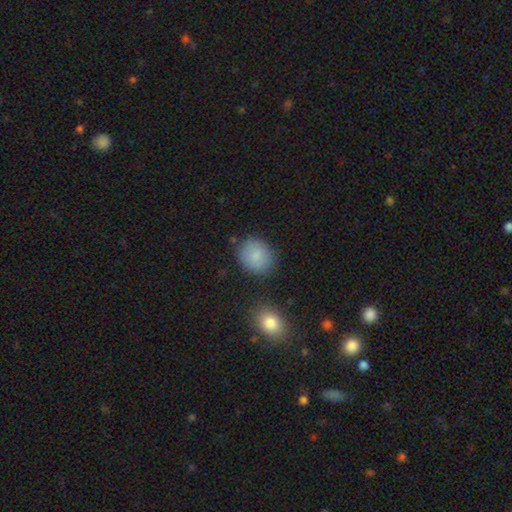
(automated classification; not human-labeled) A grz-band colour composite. It shows a smooth galaxy with no disk features (86%) that is round (61%). Merging: none (80%).